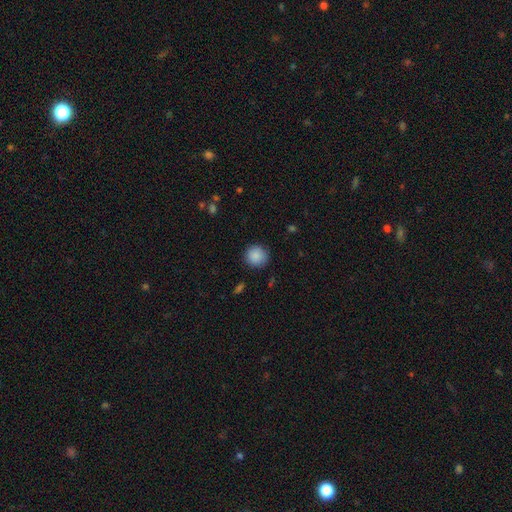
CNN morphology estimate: Smooth or featured? smooth (88%)
How rounded? round (93%)
Merging? none (88%)